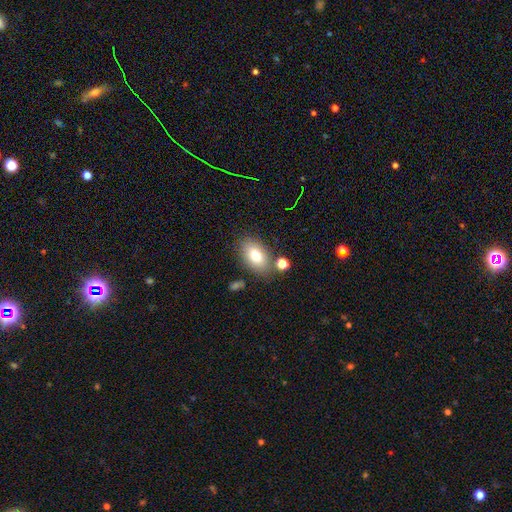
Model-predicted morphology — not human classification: type=smooth (77%); roundness=in between (89%); merging=none (76%).